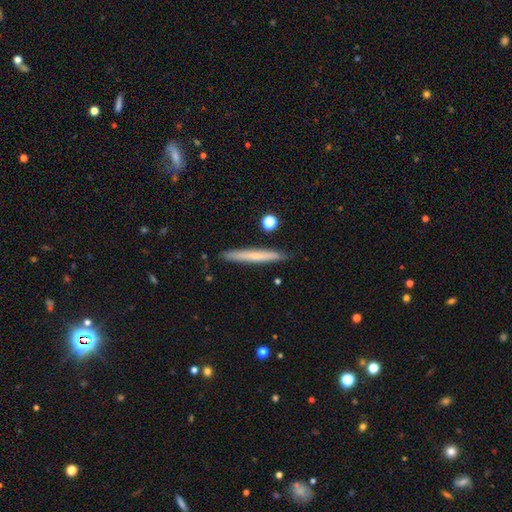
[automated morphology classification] Smooth or featured: smooth — 60% (featured or disk — 34%)
How rounded: cigar-shaped — 96% (in between — 2%)
Merging: none — 89% (minor disturbance — 8%)